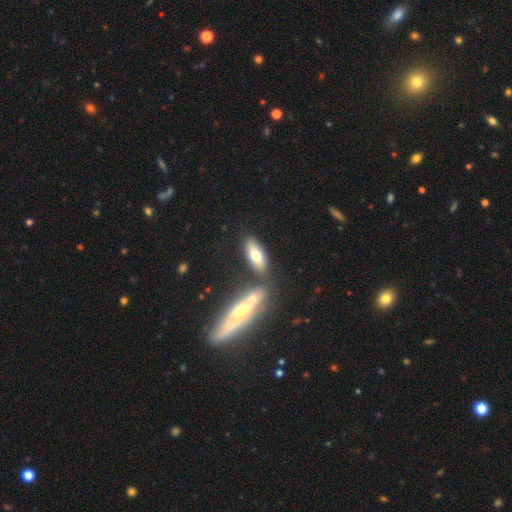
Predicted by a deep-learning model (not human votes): Smooth or featured? Predicted: smooth (p=0.66). How rounded? Predicted: in between (p=0.73). Merging? Predicted: none (p=0.68).